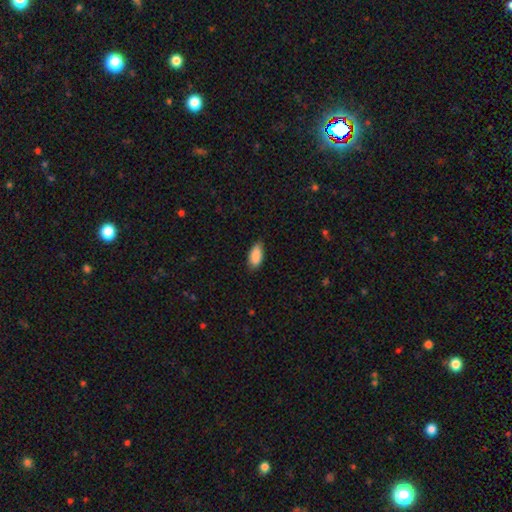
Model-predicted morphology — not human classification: type=smooth (89%); roundness=in between (91%); merging=none (76%).